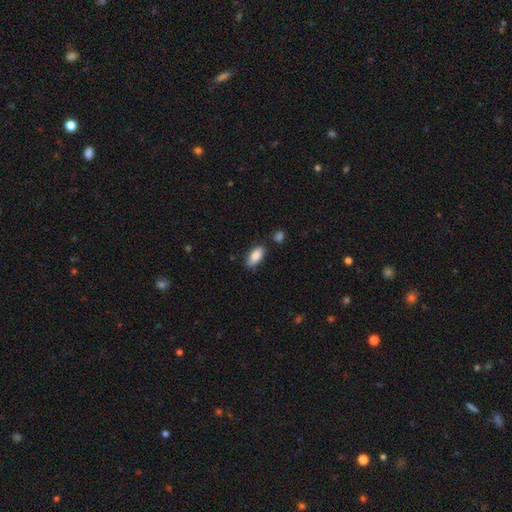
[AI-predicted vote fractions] This is clearly a smooth galaxy (86%). How rounded: clearly in between (88%). Merging: likely none (78%).